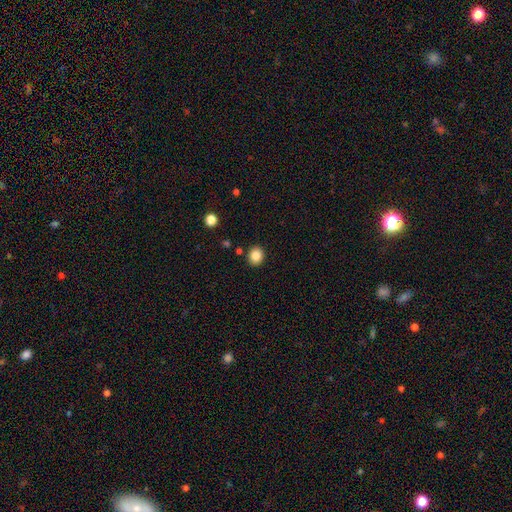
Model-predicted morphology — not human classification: Smooth or featured? Predicted: smooth (p=0.84). How rounded? Predicted: round (p=0.72). Merging? Predicted: none (p=0.89).